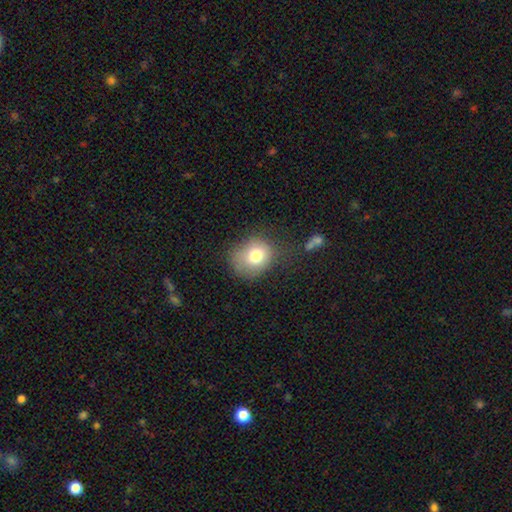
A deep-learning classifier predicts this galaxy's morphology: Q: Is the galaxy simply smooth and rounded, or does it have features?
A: smooth — 76%.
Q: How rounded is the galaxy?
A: round — 64%.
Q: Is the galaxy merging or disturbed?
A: none — 53%.